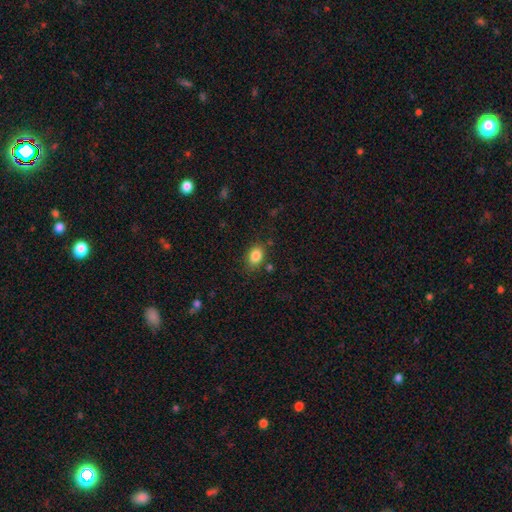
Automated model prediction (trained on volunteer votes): The model was most divided on "how rounded": in between: 75%, round: 23%, cigar-shaped: 1%. More confident: smooth or featured — smooth (85%); merging — none (80%).